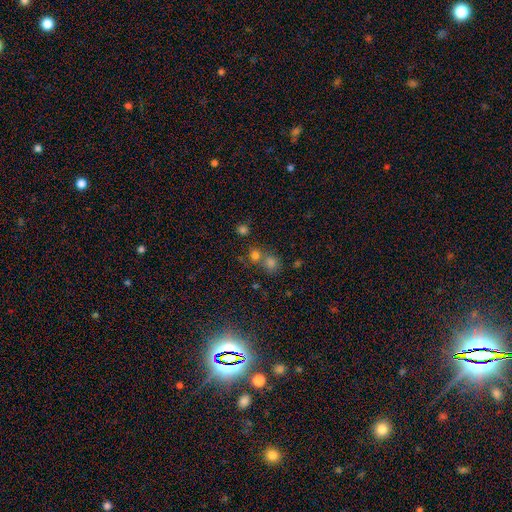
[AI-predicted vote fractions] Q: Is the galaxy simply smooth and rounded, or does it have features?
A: smooth — 70%.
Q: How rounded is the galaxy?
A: round — 83%.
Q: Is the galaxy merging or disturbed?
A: none — 51%.